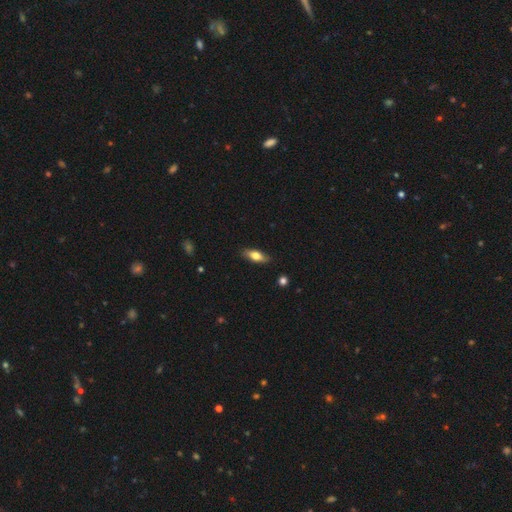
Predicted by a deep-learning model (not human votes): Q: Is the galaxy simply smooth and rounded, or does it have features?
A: smooth — 70%.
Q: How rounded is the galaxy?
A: in between — 70%.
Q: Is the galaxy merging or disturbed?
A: none — 86%.